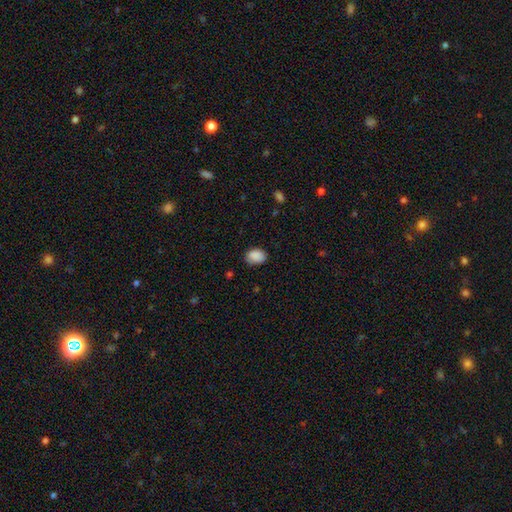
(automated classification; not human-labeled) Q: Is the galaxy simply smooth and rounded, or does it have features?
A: smooth — 89%.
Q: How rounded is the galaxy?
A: in between — 72%.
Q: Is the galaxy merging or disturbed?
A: none — 77%.